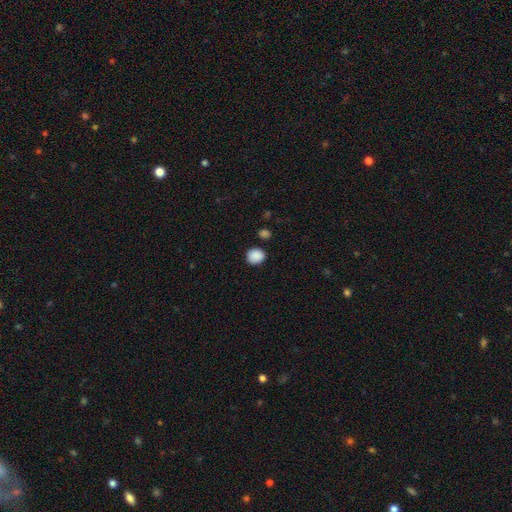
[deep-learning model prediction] Q: Smooth or featured?
A: smooth (89%); runner-up: star or artifact (9%)
Q: How rounded?
A: round (74%); runner-up: in between (25%)
Q: Merging?
A: none (85%); runner-up: minor disturbance (10%)